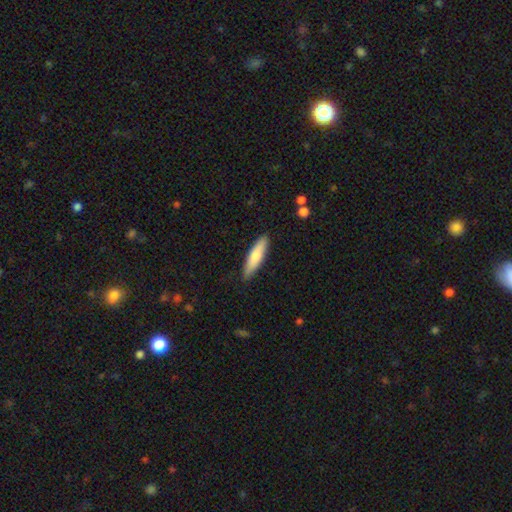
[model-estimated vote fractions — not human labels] This appears to be a smooth galaxy with no disk features (74%) that is cigar-shaped (72%). Merging: none (86%).